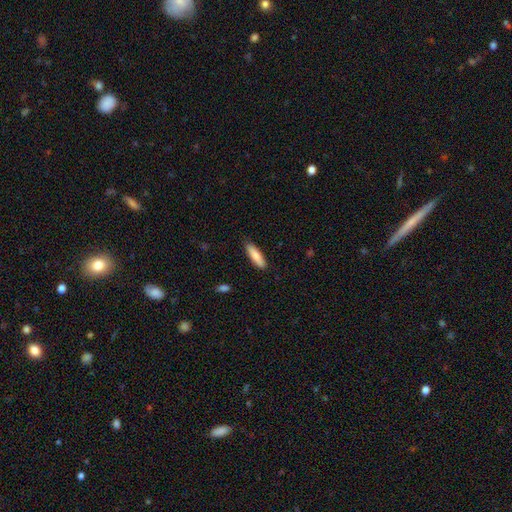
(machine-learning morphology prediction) Smooth or featured: smooth — 83% (featured or disk — 11%)
How rounded: cigar-shaped — 64% (in between — 35%)
Merging: none — 86% (minor disturbance — 11%)